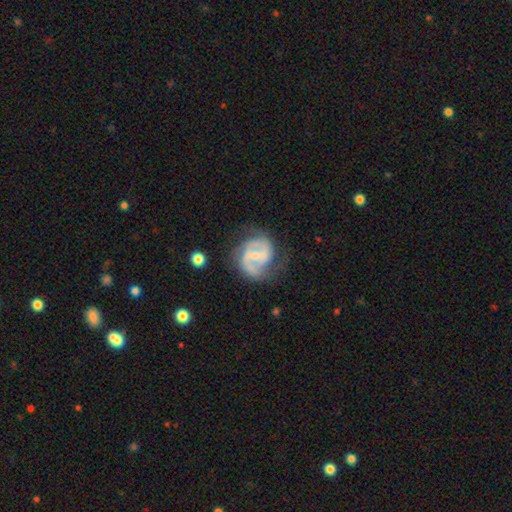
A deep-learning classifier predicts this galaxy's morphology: type=featured or disk (84%); edge-on=no (98%); bar=weak (51%); spiral arms=yes (93%); winding=medium (52%); arm count=2 (77%); bulge=small (59%); merging=none (61%).